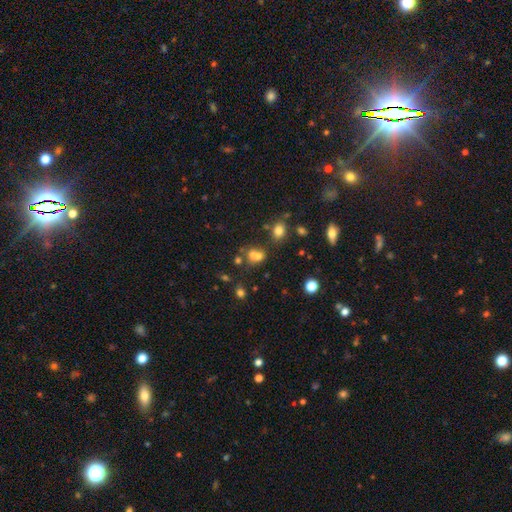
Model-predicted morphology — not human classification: A smooth galaxy with no disk features (65%) that is round (63%).

Vote fractions:
- Smooth or featured? smooth: 65% / star or artifact: 21% / featured or disk: 15%
- How rounded? round: 63% / in between: 36% / cigar-shaped: 1%
- Merging? merger: 47% / none: 38% / minor disturbance: 10% / major disturbance: 5%